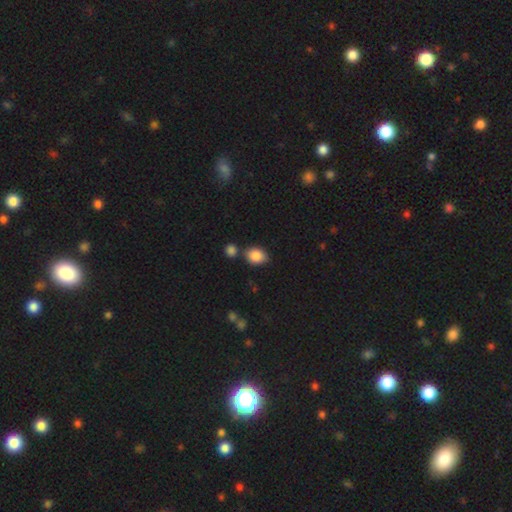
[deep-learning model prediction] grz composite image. It shows a smooth galaxy with no disk features (86%) that is in between round and cigar-shaped (66%). Merging: none (64%).